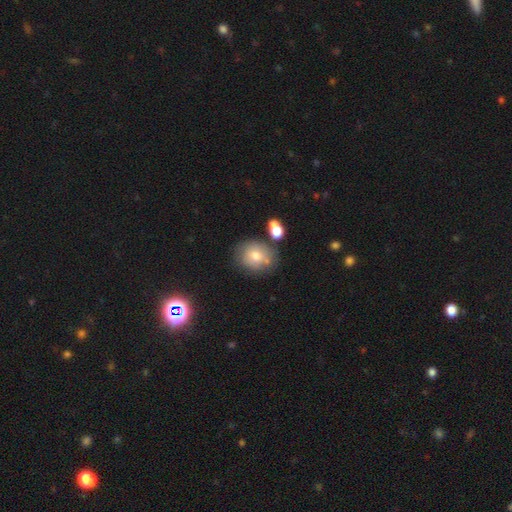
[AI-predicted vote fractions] A smooth galaxy with no disk features (70%) that is round (67%).

Vote fractions:
- Smooth or featured? smooth: 70% / featured or disk: 20% / star or artifact: 10%
- How rounded? round: 67% / in between: 32% / cigar-shaped: 1%
- Merging? none: 61% / minor disturbance: 18% / merger: 16% / major disturbance: 6%